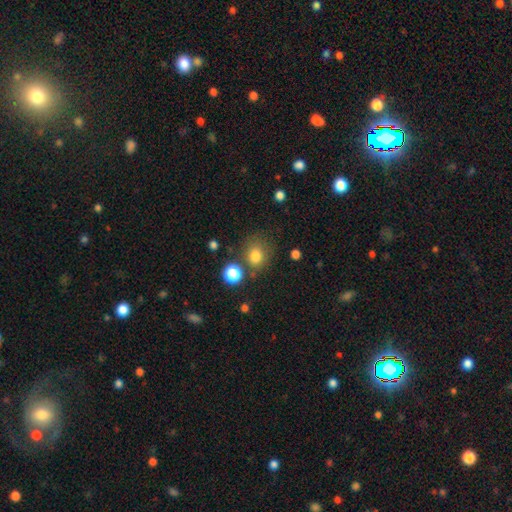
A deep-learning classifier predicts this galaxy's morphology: The model was most divided on "how rounded": round: 73%, in between: 26%, cigar-shaped: 1%. More confident: smooth or featured — smooth (80%); merging — none (71%).